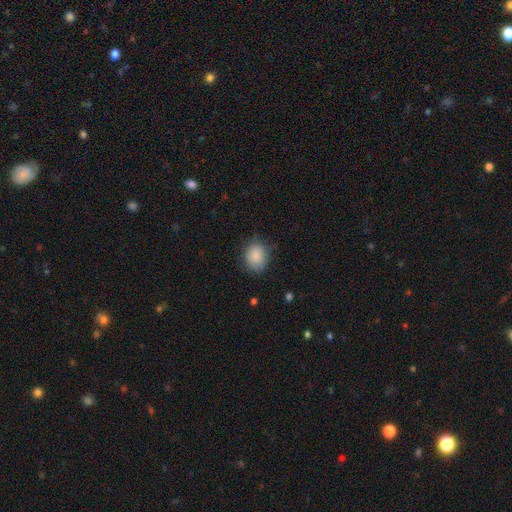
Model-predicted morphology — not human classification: Smooth or featured? Predicted: smooth (p=0.88). How rounded? Predicted: round (p=0.57). Merging? Predicted: none (p=0.78).